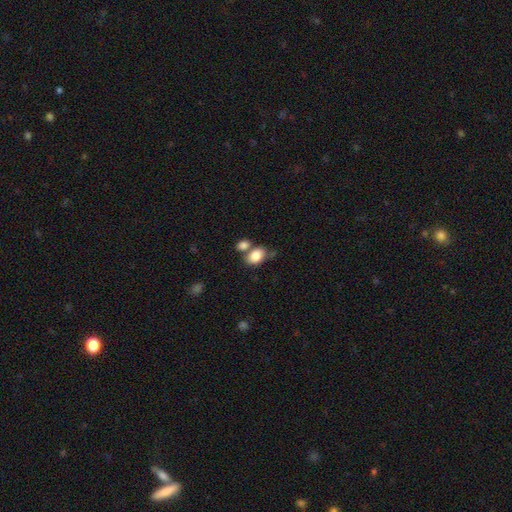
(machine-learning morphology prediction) Smooth or featured?
  - smooth: 83% *
  - featured or disk: 9%
  - star or artifact: 8%
How rounded?
  - in between: 77% *
  - round: 21%
  - cigar-shaped: 1%
Merging?
  - none: 43% *
  - merger: 37%
  - minor disturbance: 14%
  - major disturbance: 5%